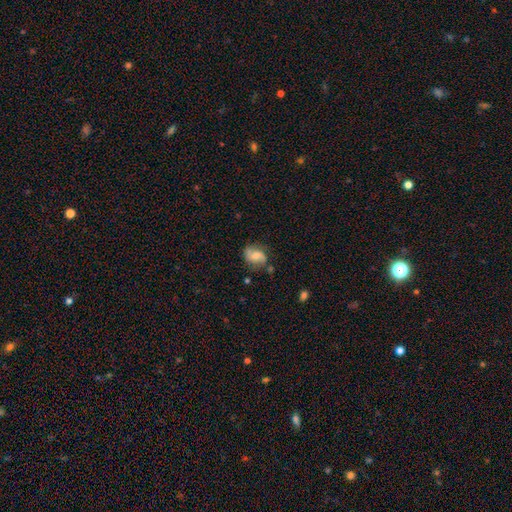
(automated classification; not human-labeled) Smooth or featured: featured or disk — 50% (smooth — 42%)
Edge-on disk: no — 97% (yes — 3%)
Merging: none — 67% (minor disturbance — 23%)